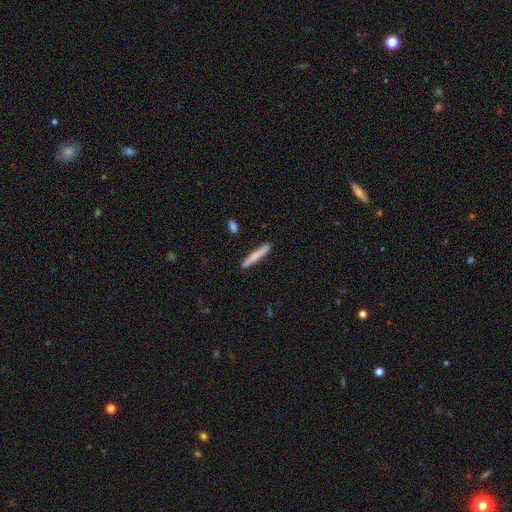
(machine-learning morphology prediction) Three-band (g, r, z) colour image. It shows a smooth galaxy with no disk features (77%) that is cigar-shaped (96%). Merging: none (90%).